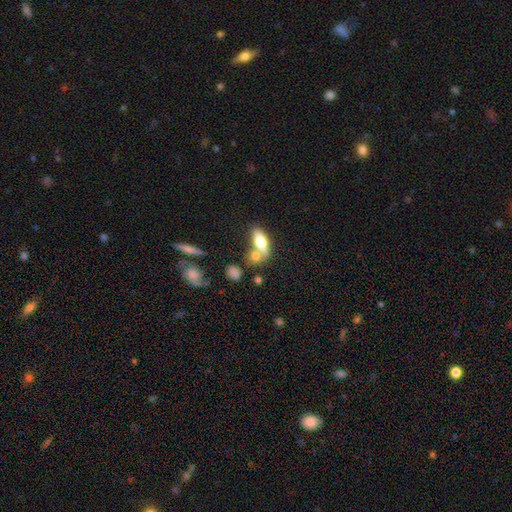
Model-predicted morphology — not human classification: Overall: smooth (67%). How rounded: in between (65%; cigar-shaped 25%). Merging: none (44%; merger 36%).